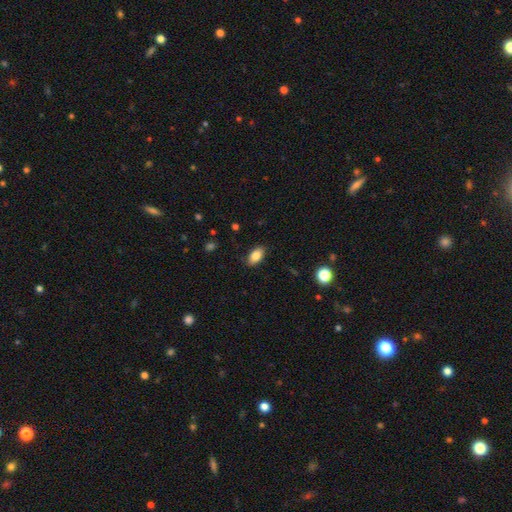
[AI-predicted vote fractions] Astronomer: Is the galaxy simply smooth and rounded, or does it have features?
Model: smooth — 85%.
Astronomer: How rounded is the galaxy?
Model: in between — 91%.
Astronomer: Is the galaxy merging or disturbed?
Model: none — 87%.